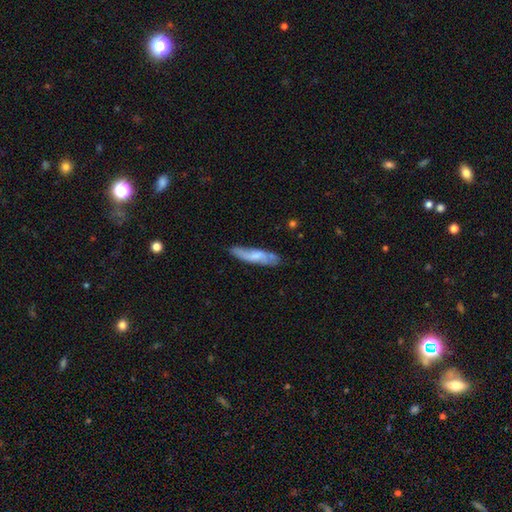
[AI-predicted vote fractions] This appears to be a smooth galaxy with no disk features (54%) that is cigar-shaped (75%). Merging: none (71%).